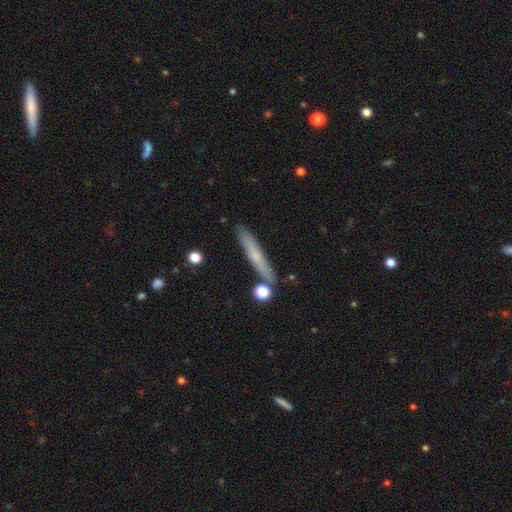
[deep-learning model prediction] The model was most divided on "smooth or featured": smooth: 54%, featured or disk: 39%, star or artifact: 7%. More confident: how rounded — cigar-shaped (93%); merging — none (83%).